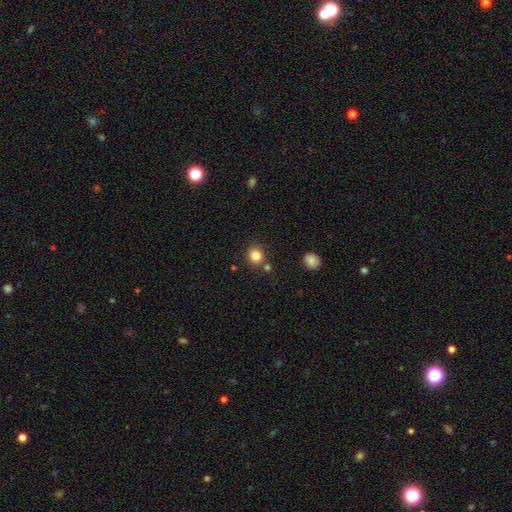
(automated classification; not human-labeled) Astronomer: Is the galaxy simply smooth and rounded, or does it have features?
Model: smooth — 83%.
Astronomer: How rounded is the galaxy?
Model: round — 81%.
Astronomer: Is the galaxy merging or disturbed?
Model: none — 80%.